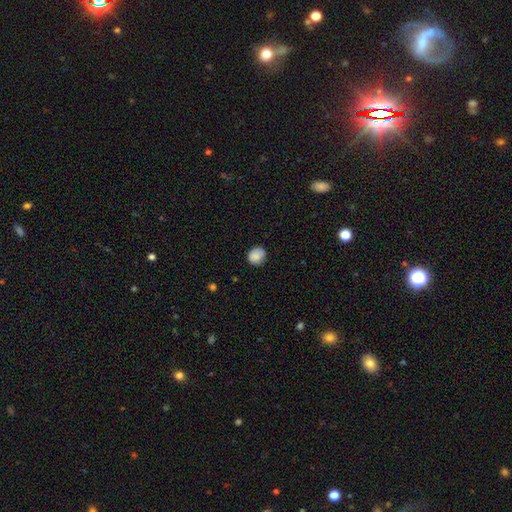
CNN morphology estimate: This is clearly a smooth galaxy (87%). How rounded: likely round (77%). Merging: clearly none (80%).